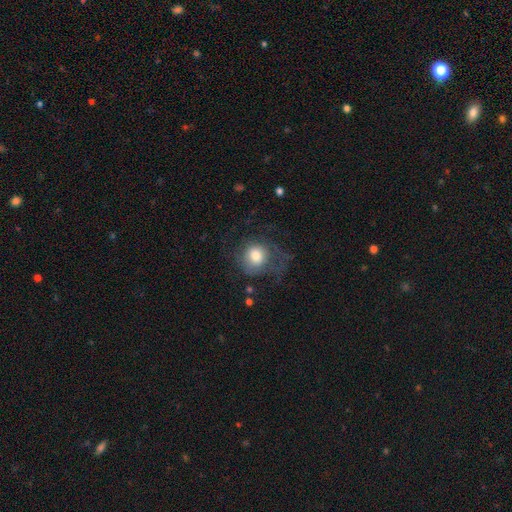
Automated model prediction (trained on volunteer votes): smooth_or_featured: smooth (p=0.67) [alt: featured or disk p=0.24]
how_rounded: round (p=0.82) [alt: in between p=0.17]
merging: none (p=0.46) [alt: major disturbance p=0.32]